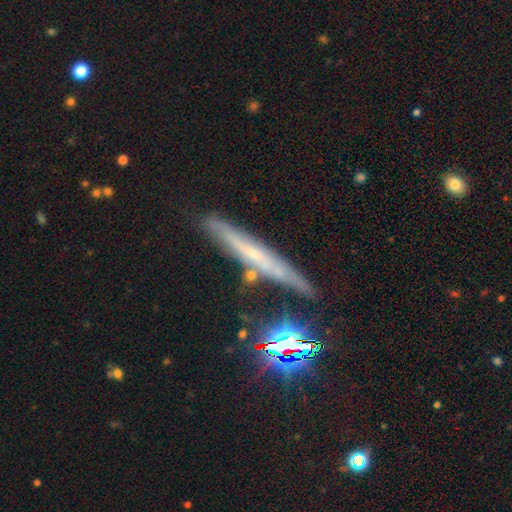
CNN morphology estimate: type=featured or disk (50%); edge-on=yes (88%); merging=none (78%).